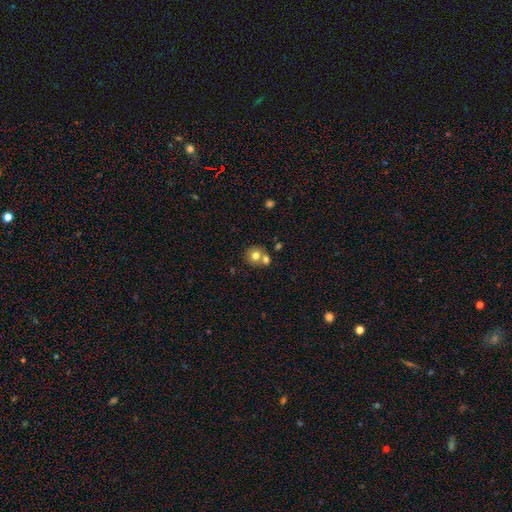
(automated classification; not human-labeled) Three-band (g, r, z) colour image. It shows a smooth galaxy with no disk features (74%) that is round (87%). Merging: none (51%).